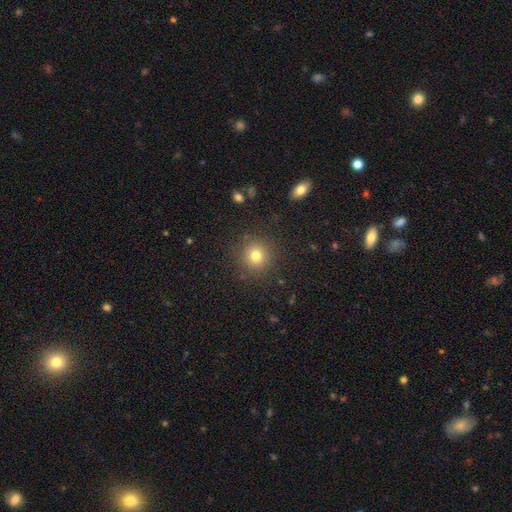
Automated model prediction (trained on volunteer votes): Smooth or featured: smooth — 77% (star or artifact — 15%)
How rounded: round — 94% (in between — 5%)
Merging: none — 89% (minor disturbance — 7%)